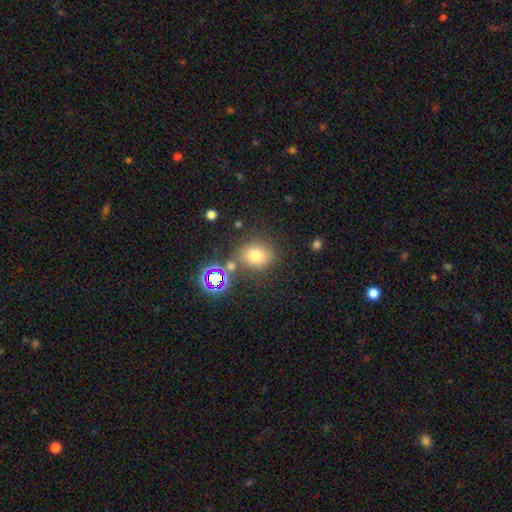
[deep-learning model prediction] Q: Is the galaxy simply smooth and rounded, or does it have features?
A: smooth — 71%.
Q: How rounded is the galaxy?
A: round — 59%.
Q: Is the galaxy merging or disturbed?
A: none — 68%.